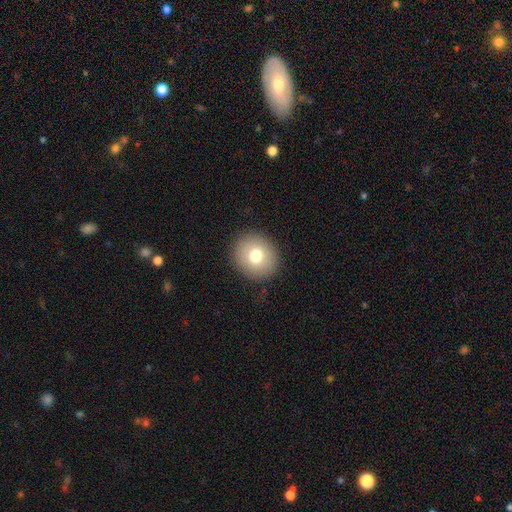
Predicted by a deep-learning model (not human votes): Overall: smooth (76%). How rounded: round (85%). Merging: none (90%).